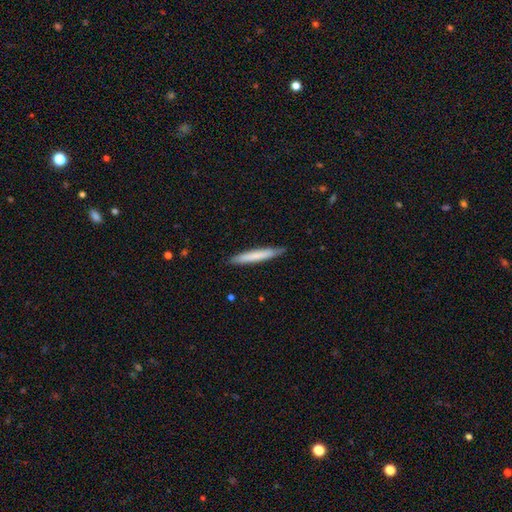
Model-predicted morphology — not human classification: type=smooth (72%); roundness=cigar-shaped (96%); merging=none (87%).